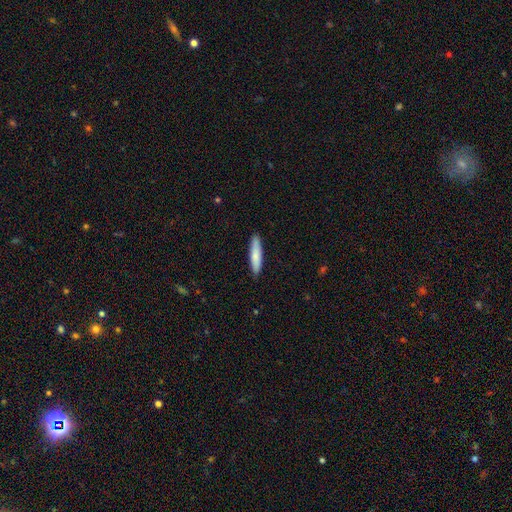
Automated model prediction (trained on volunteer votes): Q: Smooth or featured?
A: smooth (81%); runner-up: featured or disk (14%)
Q: How rounded?
A: cigar-shaped (84%); runner-up: in between (15%)
Q: Merging?
A: none (89%); runner-up: minor disturbance (9%)